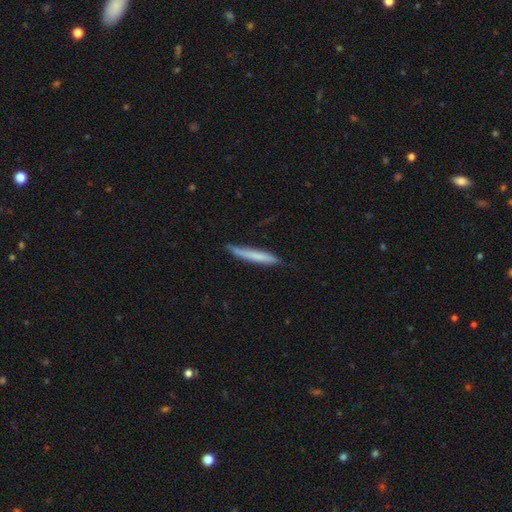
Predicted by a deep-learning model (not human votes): Smooth or featured?
  - smooth: 67% *
  - featured or disk: 28%
  - star or artifact: 6%
How rounded?
  - cigar-shaped: 95% *
  - in between: 3%
  - round: 1%
Merging?
  - none: 76% *
  - minor disturbance: 19%
  - major disturbance: 3%
  - merger: 2%